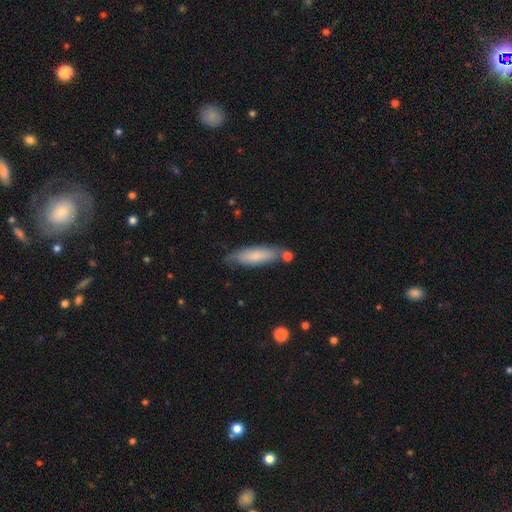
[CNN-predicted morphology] A smooth galaxy with no disk features (73%) that is cigar-shaped (61%).

Vote fractions:
- Smooth or featured? smooth: 73% / featured or disk: 21% / star or artifact: 6%
- How rounded? cigar-shaped: 61% / in between: 38% / round: 2%
- Merging? none: 72% / minor disturbance: 18% / merger: 7% / major disturbance: 4%